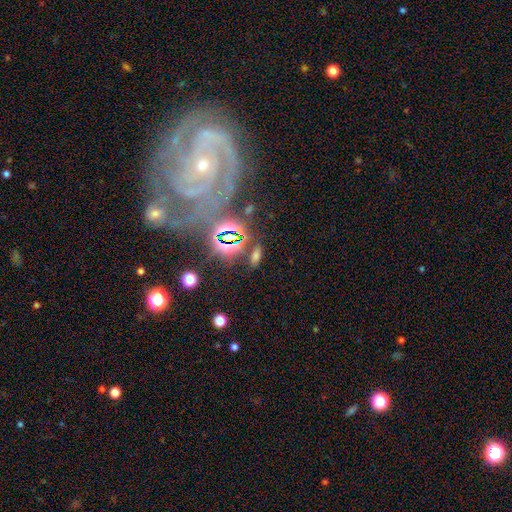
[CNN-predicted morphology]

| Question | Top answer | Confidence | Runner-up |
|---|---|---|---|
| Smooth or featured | smooth | 48% | star or artifact (39%) |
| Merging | none | 75% | minor disturbance (12%) |